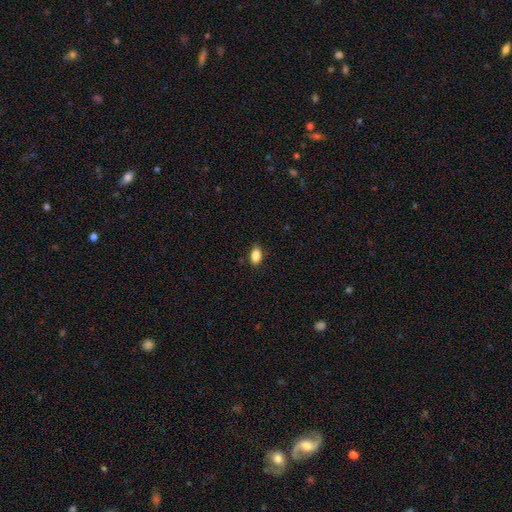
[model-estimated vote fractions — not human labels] Morphology: type=smooth (86%); roundness=in between (89%); merging=none (84%).